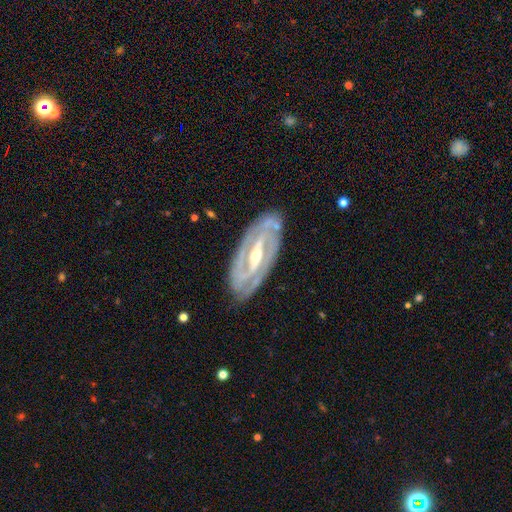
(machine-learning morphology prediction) Smooth or featured? featured or disk (87%)
Edge-on disk? no (89%)
Bar? strong (59%)
Spiral arms? yes (94%)
Spiral winding? tight (65%)
Spiral arm count? 2 (67%)
Bulge size? moderate (55%)
Merging? none (83%)